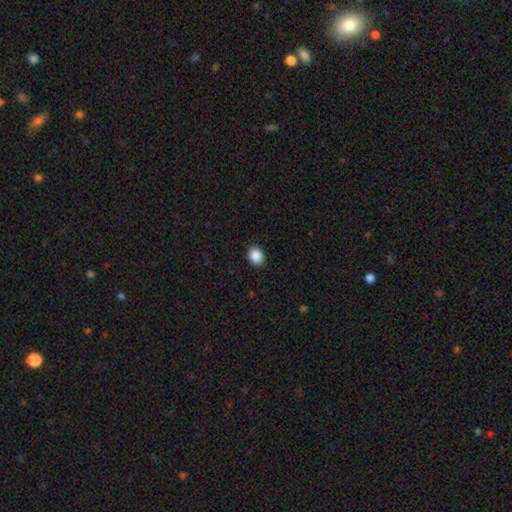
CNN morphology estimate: smooth_or_featured: smooth (p=0.88) [alt: star or artifact p=0.09]
how_rounded: round (p=0.50) [alt: in between p=0.49]
merging: none (p=0.90) [alt: minor disturbance p=0.07]